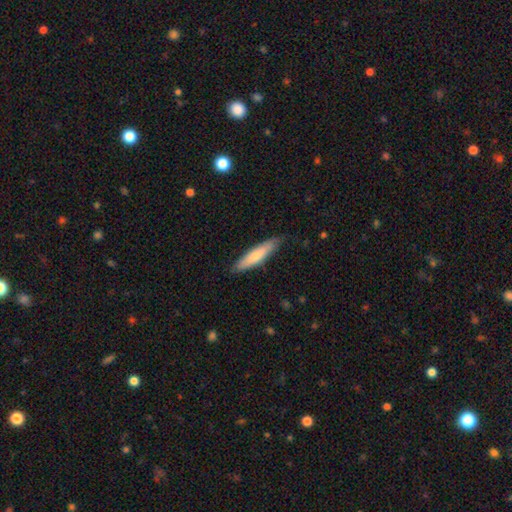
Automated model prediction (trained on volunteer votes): A smooth galaxy with no disk features (72%) that is cigar-shaped (81%).

Vote fractions:
- Smooth or featured? smooth: 72% / featured or disk: 23% / star or artifact: 5%
- How rounded? cigar-shaped: 81% / in between: 18% / round: 1%
- Merging? none: 83% / minor disturbance: 14% / major disturbance: 2% / merger: 1%